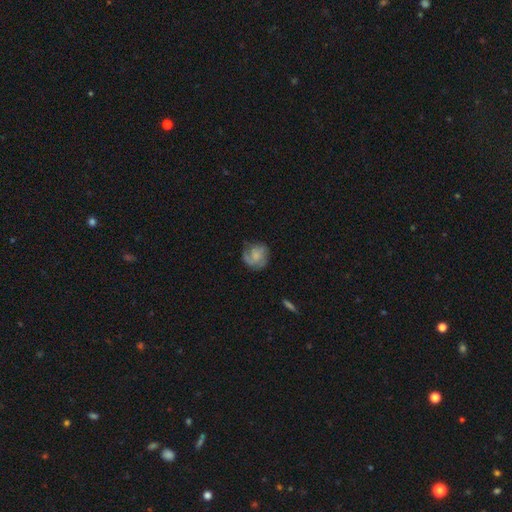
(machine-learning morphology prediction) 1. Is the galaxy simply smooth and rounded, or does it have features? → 48% featured or disk, 45% smooth, 7% star or artifact.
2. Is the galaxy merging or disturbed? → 66% none, 21% minor disturbance, 11% major disturbance, 2% merger.